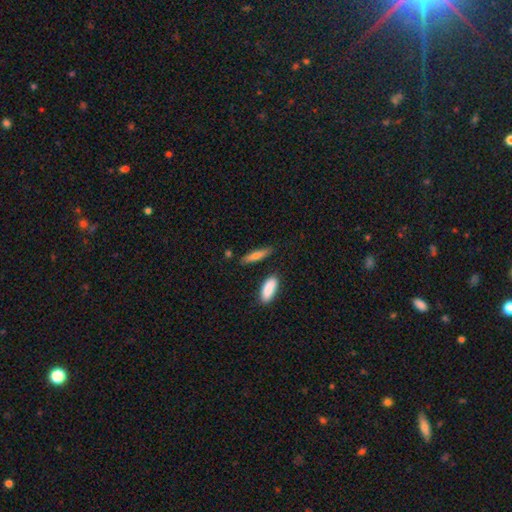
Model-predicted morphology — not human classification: Smooth or featured? Predicted: smooth (p=0.74). How rounded? Predicted: cigar-shaped (p=0.75). Merging? Predicted: none (p=0.81).